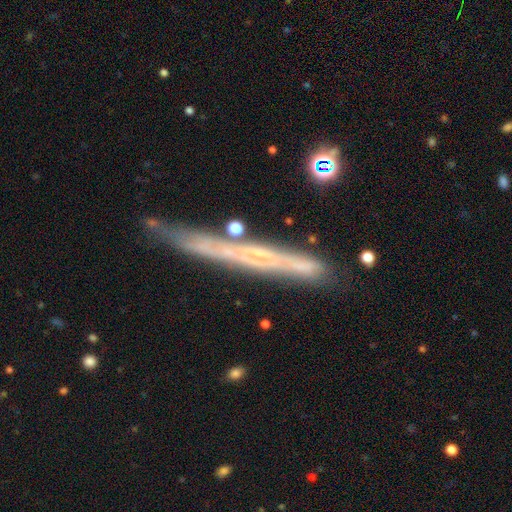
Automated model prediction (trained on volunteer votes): featured or disk 61%, smooth 31%, star or artifact 8%. Down the decision tree: edge-on disk — yes (92%); edge-on bulge — none (85%); merging — none (77%).